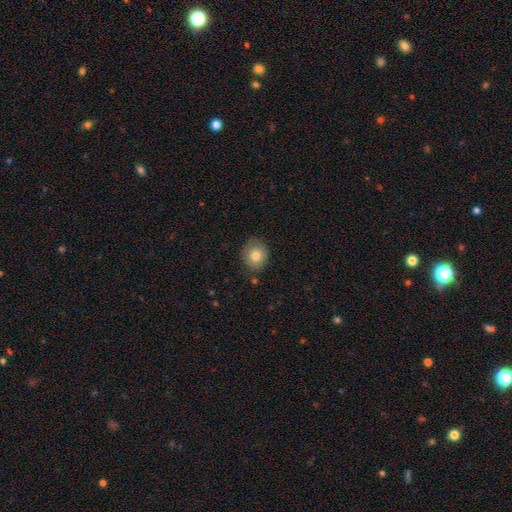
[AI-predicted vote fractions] smooth 80%, featured or disk 11%, star or artifact 9%. Down the decision tree: how rounded — round (78%); merging — none (82%).